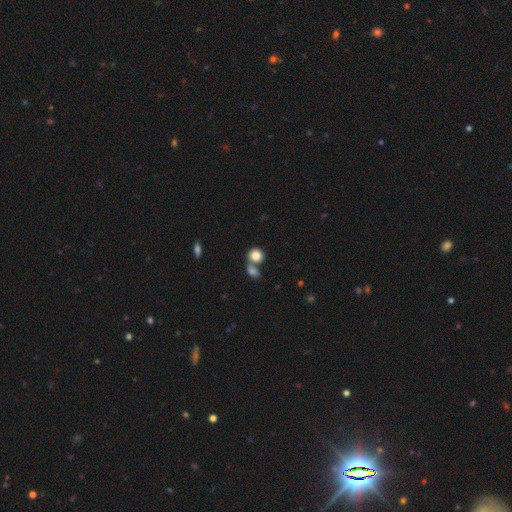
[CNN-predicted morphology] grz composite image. It shows a smooth galaxy with no disk features (83%) that is round (75%). Merging: none (45%).